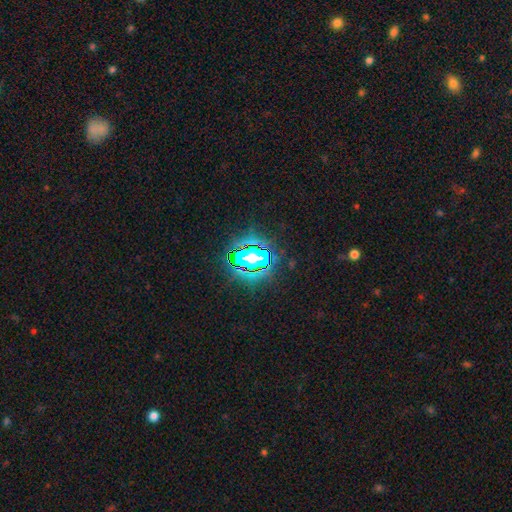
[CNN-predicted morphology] This is likely a star or artifact rather than a galaxy (65%).